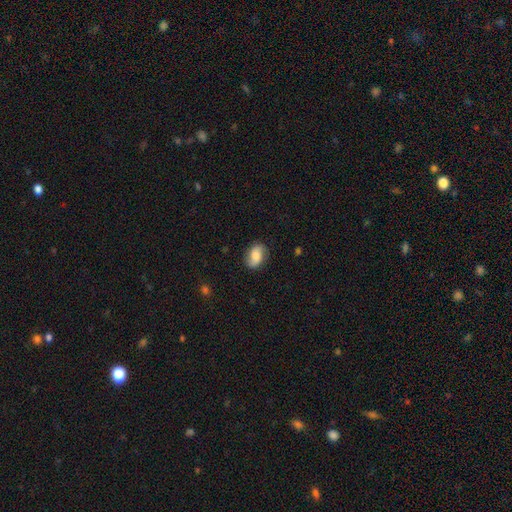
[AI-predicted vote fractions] smooth_or_featured: smooth (p=0.55) [alt: featured or disk p=0.36]
how_rounded: in between (p=0.81) [alt: round p=0.17]
merging: none (p=0.77) [alt: minor disturbance p=0.17]